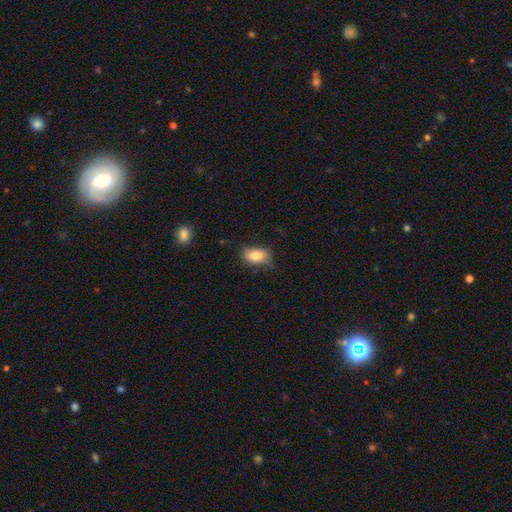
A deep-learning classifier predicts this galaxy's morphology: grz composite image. It shows a smooth galaxy with no disk features (85%) that is in between round and cigar-shaped (90%). Merging: none (71%).